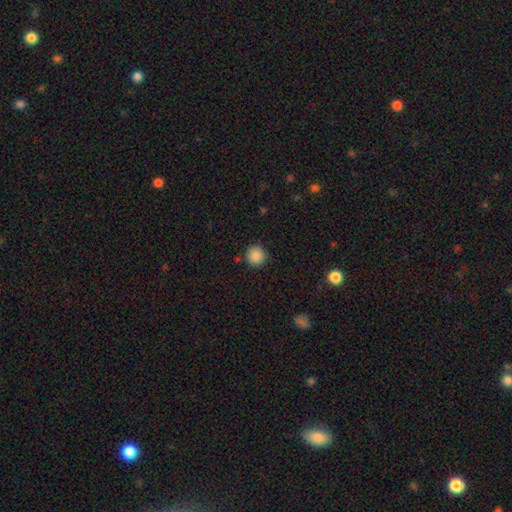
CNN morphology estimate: Smooth or featured: smooth — 88% (star or artifact — 9%)
How rounded: round — 94% (in between — 5%)
Merging: none — 89% (minor disturbance — 7%)